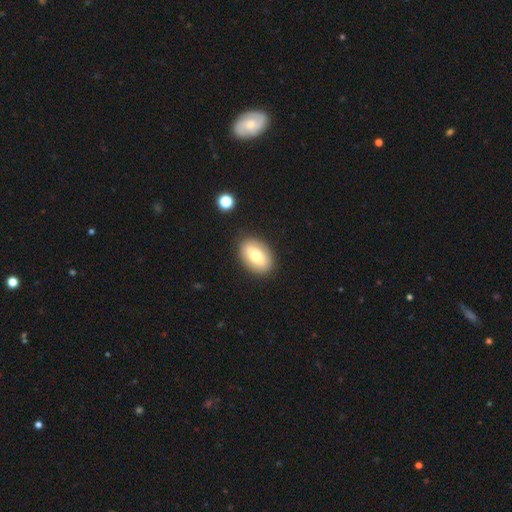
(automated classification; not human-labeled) This is likely a smooth galaxy (65%). How rounded: clearly in between (84%). Merging: clearly none (87%).